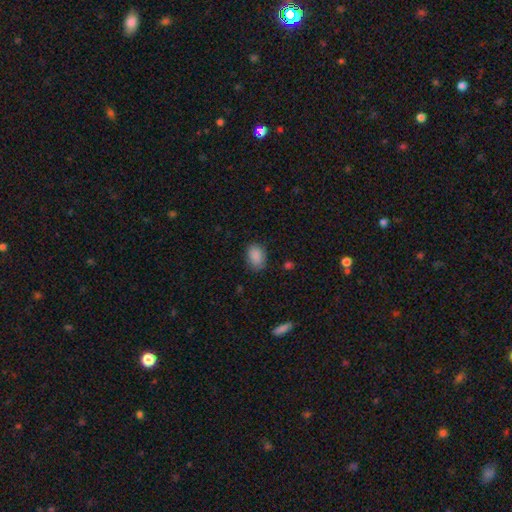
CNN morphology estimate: A smooth galaxy with no disk features (88%) that is in between round and cigar-shaped (80%). Merging: none (80%).